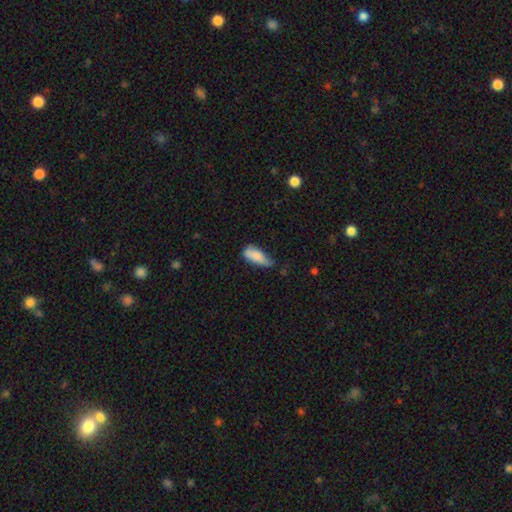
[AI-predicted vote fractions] Morphology: type=smooth (78%); roundness=in between (76%); merging=minor disturbance (45%).